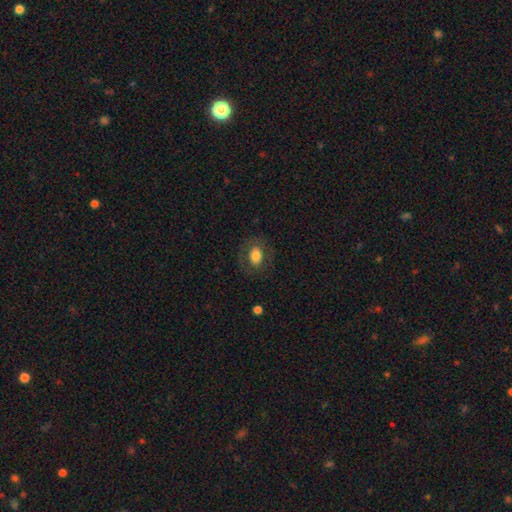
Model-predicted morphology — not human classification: A smooth galaxy with no disk features (72%) that is in between round and cigar-shaped (63%). Merging: none (79%).